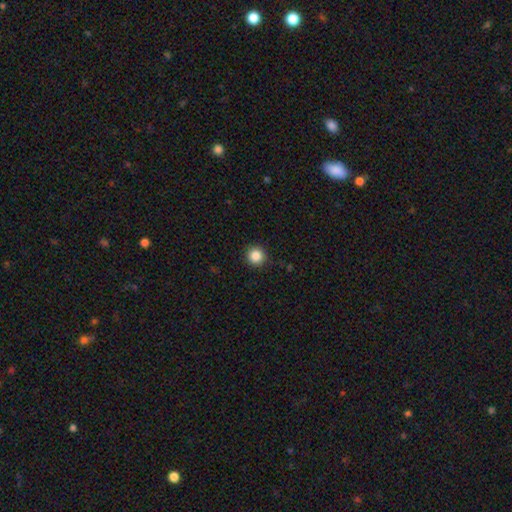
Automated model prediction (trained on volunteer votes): Morphology: type=smooth (86%); roundness=round (94%); merging=none (91%).